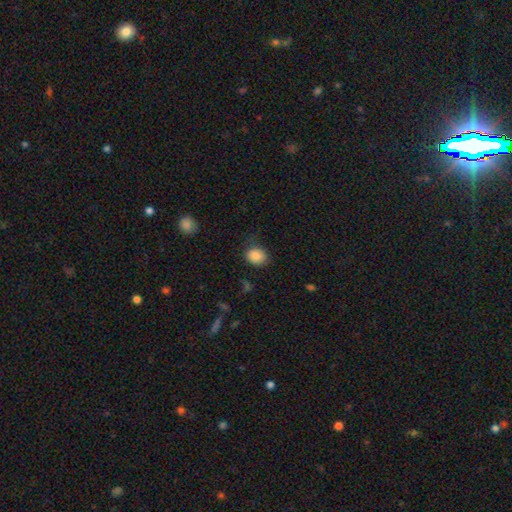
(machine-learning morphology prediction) smooth 86%, star or artifact 9%, featured or disk 5%. Down the decision tree: how rounded — round (53%); merging — none (73%).